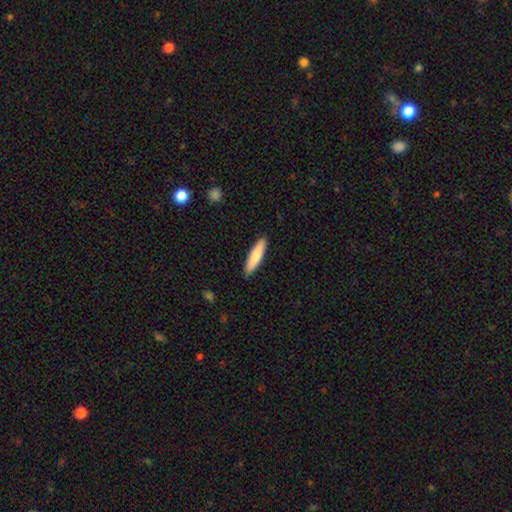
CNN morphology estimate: Smooth or featured? smooth (80%)
How rounded? cigar-shaped (81%)
Merging? none (89%)